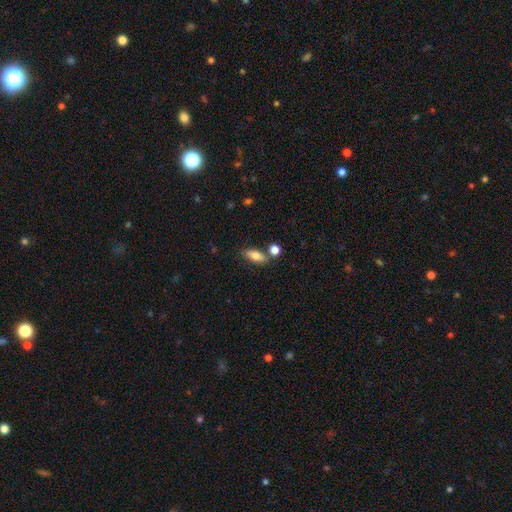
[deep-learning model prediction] Overall: smooth (76%). How rounded: in between (77%). Merging: none (71%).